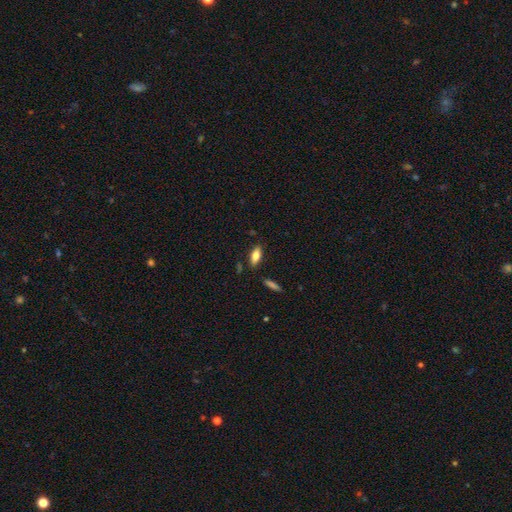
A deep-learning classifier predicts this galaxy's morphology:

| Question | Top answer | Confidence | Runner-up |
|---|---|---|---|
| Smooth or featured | smooth | 74% | featured or disk (19%) |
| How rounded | in between | 76% | cigar-shaped (21%) |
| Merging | none | 83% | minor disturbance (11%) |